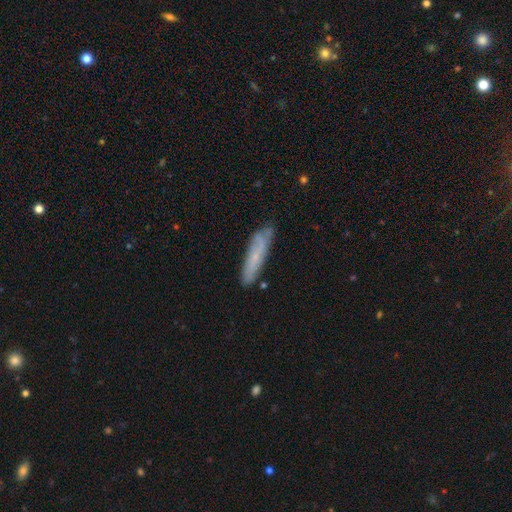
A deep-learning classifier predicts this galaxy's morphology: smooth_or_featured: smooth (p=0.54) [alt: featured or disk p=0.39]
how_rounded: cigar-shaped (p=0.82) [alt: in between p=0.17]
merging: none (p=0.73) [alt: minor disturbance p=0.20]